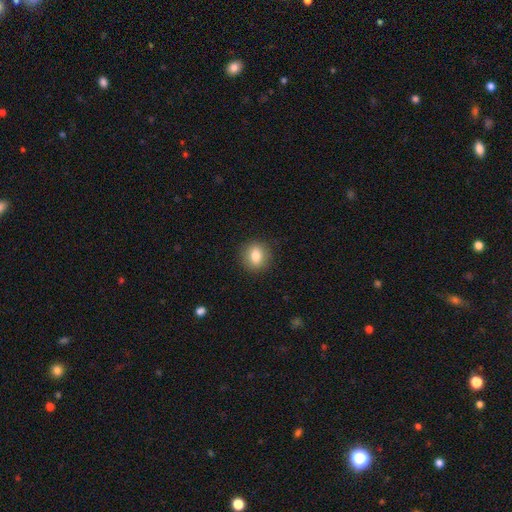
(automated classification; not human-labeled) Smooth or featured: smooth — 80% (featured or disk — 11%)
How rounded: round — 74% (in between — 24%)
Merging: none — 89% (minor disturbance — 7%)